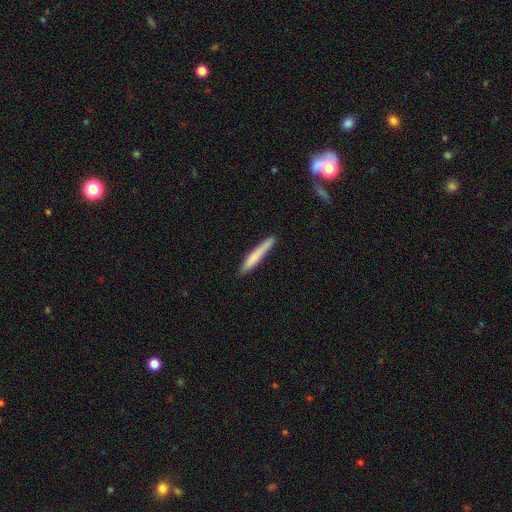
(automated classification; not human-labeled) This appears to be a smooth galaxy with no disk features (75%) that is cigar-shaped (95%). Merging: none (83%).